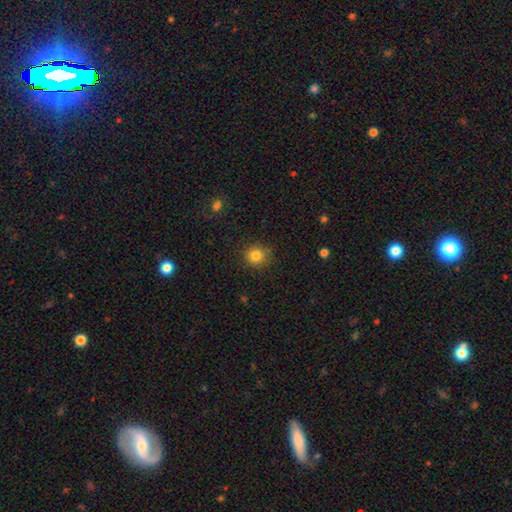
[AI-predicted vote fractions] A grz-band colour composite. It shows a smooth galaxy with no disk features (83%) that is round (90%). Merging: none (87%).